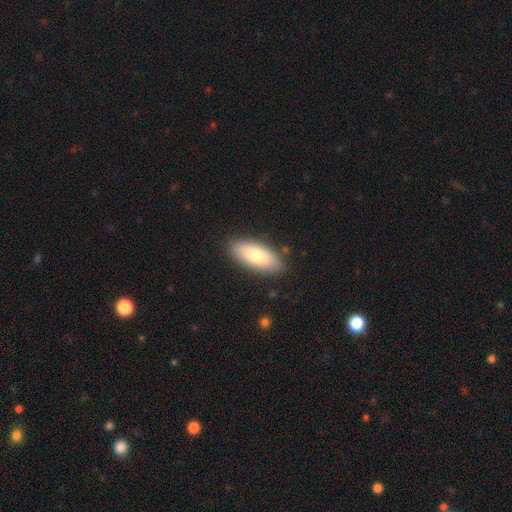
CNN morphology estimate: The model was most divided on "smooth or featured": smooth: 76%, featured or disk: 18%, star or artifact: 6%. More confident: how rounded — in between (85%); merging — none (84%).